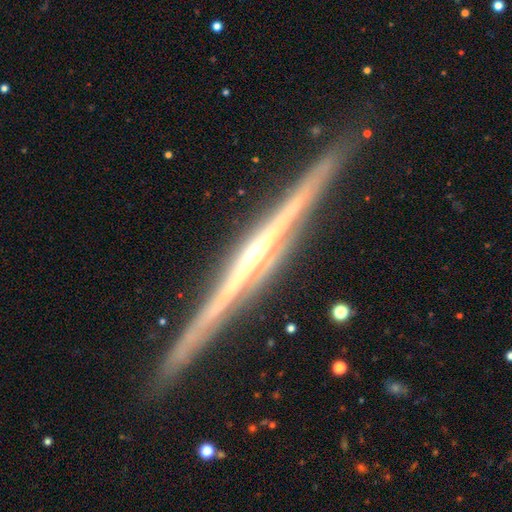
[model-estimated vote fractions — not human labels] smooth-or-featured: featured or disk: 88% | smooth: 6% | star or artifact: 5%
  disk-edge-on: yes: 99% | no: 1%
    edge-on-bulge: rounded: 59% | none: 31% | boxy: 11%
  merging: none: 91% | minor disturbance: 6% | major disturbance: 1% | merger: 1%